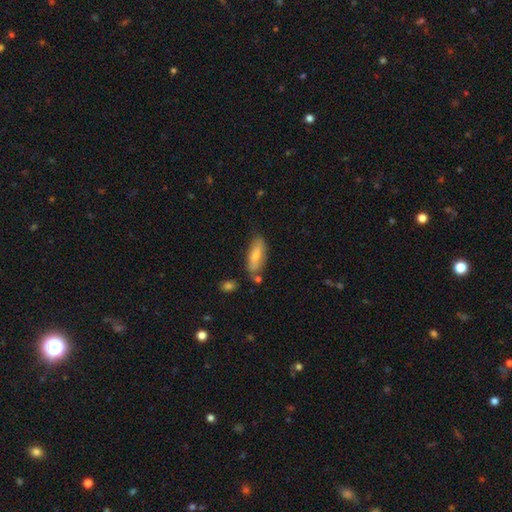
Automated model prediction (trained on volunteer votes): Q: Smooth or featured?
A: smooth (74%); runner-up: featured or disk (20%)
Q: How rounded?
A: in between (66%); runner-up: cigar-shaped (32%)
Q: Merging?
A: none (67%); runner-up: minor disturbance (21%)